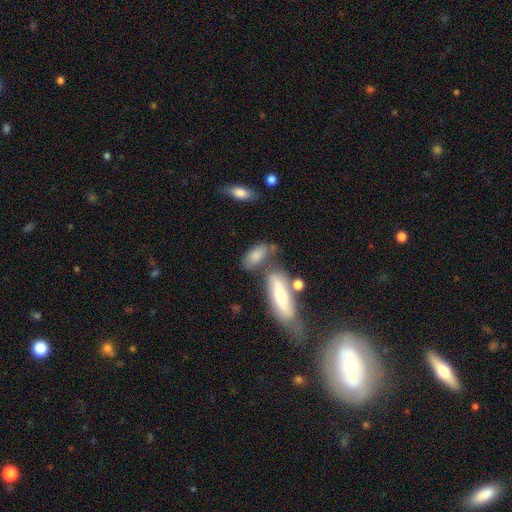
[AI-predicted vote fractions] Q: Smooth or featured?
A: smooth (77%); runner-up: featured or disk (16%)
Q: How rounded?
A: in between (81%); runner-up: cigar-shaped (15%)
Q: Merging?
A: none (52%); runner-up: merger (21%)